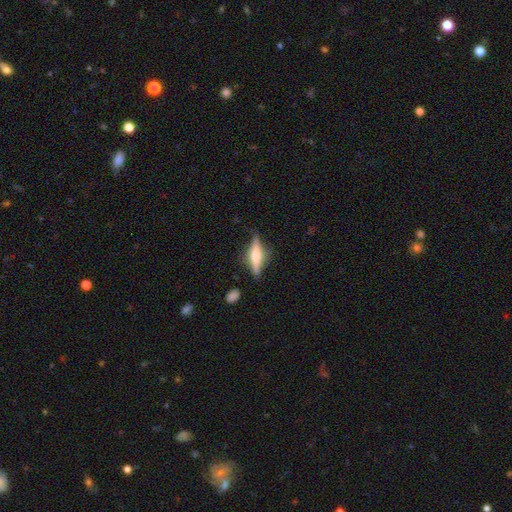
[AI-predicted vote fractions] smooth-or-featured: featured or disk: 64% | smooth: 29% | star or artifact: 7%
  disk-edge-on: yes: 96% | no: 4%
    edge-on-bulge: rounded: 74% | boxy: 19% | none: 7%
  merging: none: 78% | minor disturbance: 15% | major disturbance: 5% | merger: 2%